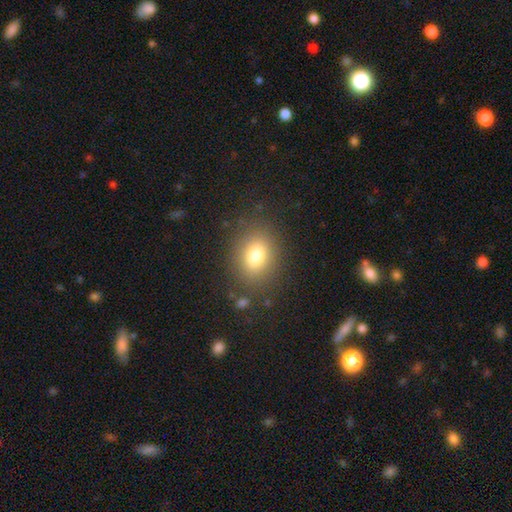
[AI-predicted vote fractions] smooth_or_featured: smooth (p=0.79) [alt: star or artifact p=0.12]
how_rounded: in between (p=0.58) [alt: round p=0.40]
merging: none (p=0.84) [alt: minor disturbance p=0.10]